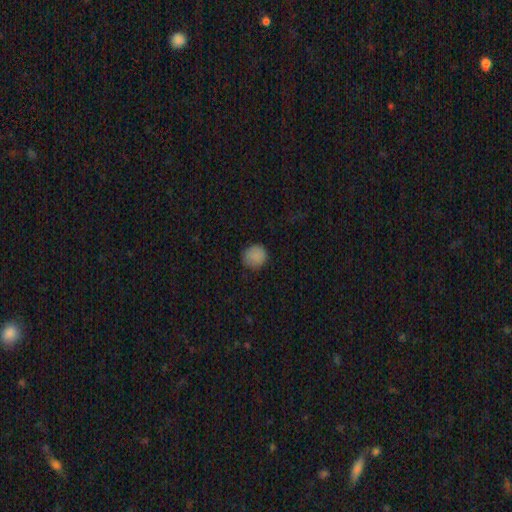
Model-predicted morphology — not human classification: The model was most divided on "merging": none: 83%, minor disturbance: 13%, major disturbance: 3%, merger: 1%. More confident: smooth or featured — smooth (87%); how rounded — round (85%).